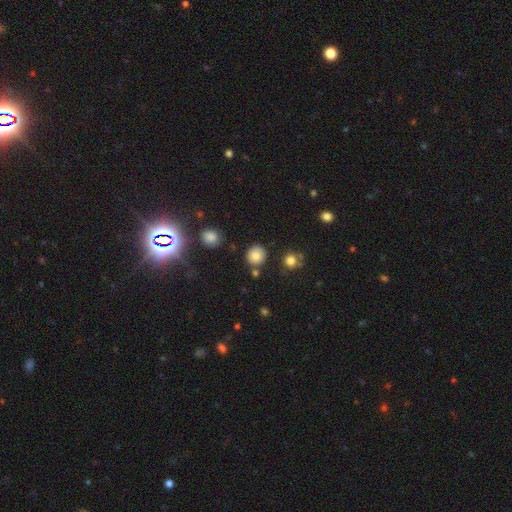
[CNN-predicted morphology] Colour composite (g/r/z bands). It shows a smooth galaxy with no disk features (82%) that is round (91%). Merging: none (84%).